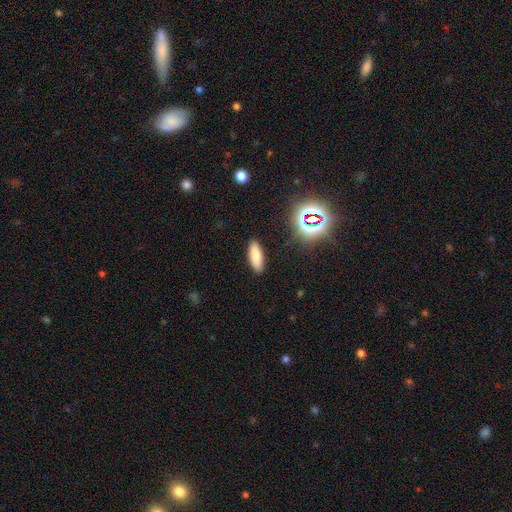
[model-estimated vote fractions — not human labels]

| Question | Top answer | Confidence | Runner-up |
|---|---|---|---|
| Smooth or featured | smooth | 80% | star or artifact (11%) |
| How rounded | in between | 63% | cigar-shaped (35%) |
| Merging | none | 89% | minor disturbance (8%) |